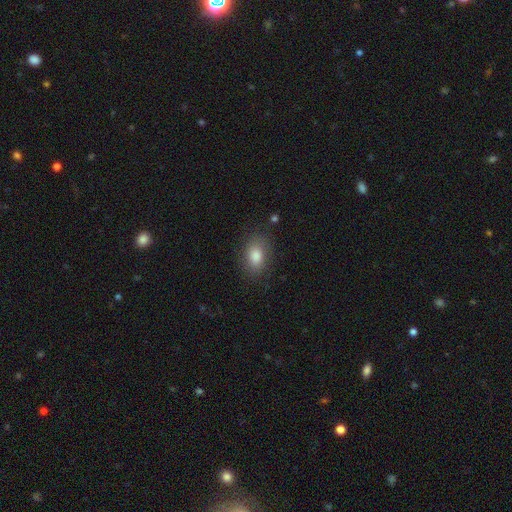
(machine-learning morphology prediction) smooth-or-featured: smooth: 82% | star or artifact: 10% | featured or disk: 9%
  how-rounded: in between: 82% | round: 16% | cigar-shaped: 2%
  merging: none: 82% | minor disturbance: 13% | major disturbance: 4% | merger: 1%